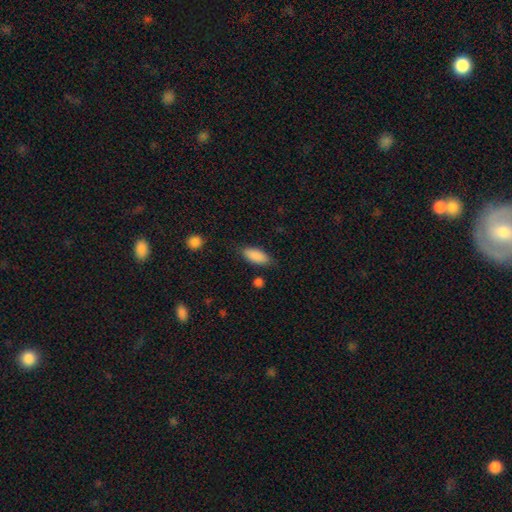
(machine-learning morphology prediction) smooth 89%, star or artifact 6%, featured or disk 5%. Down the decision tree: how rounded — in between (83%); merging — none (80%).